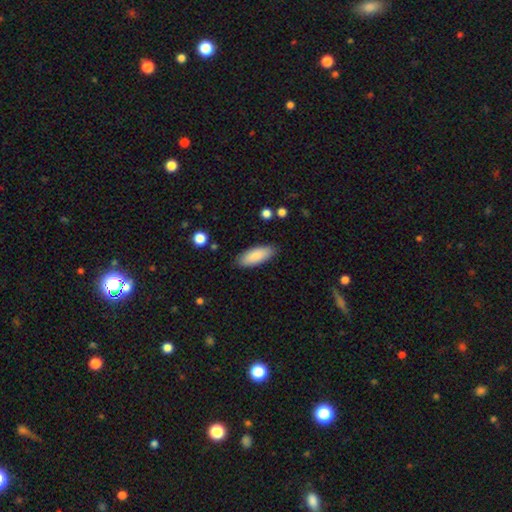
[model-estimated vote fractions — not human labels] Smooth or featured: smooth — 84% (featured or disk — 10%)
How rounded: in between — 75% (cigar-shaped — 24%)
Merging: none — 85% (minor disturbance — 11%)